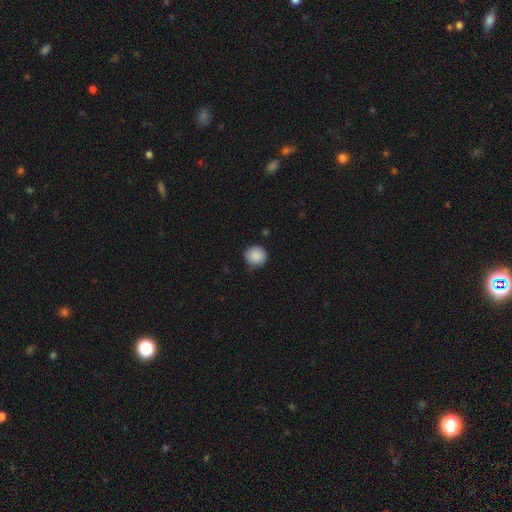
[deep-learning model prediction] Morphology: type=smooth (89%); roundness=round (90%); merging=none (79%).